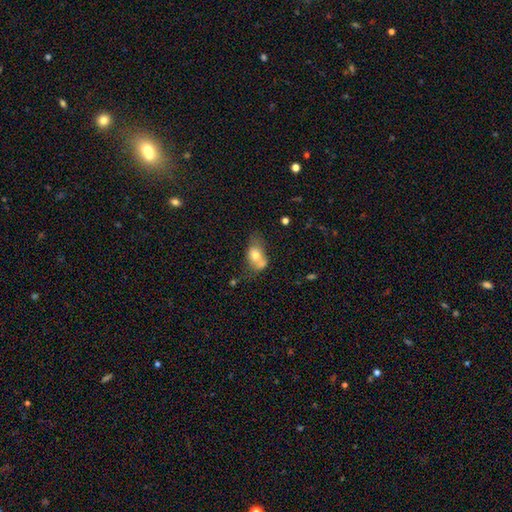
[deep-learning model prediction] This appears to be a smooth galaxy with no disk features (67%) that is in between round and cigar-shaped (81%). Merging: merger (32%).